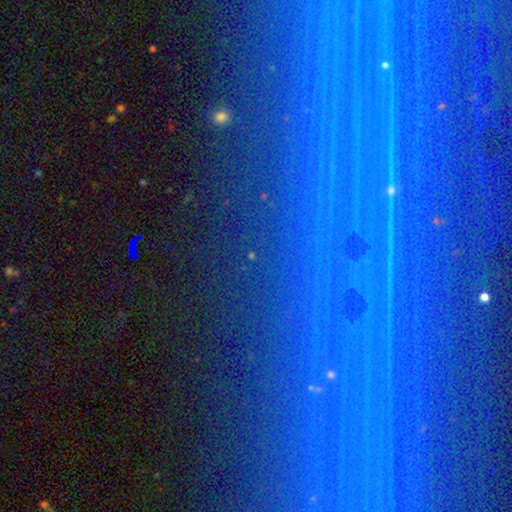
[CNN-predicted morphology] Overall: star or artifact (70%).